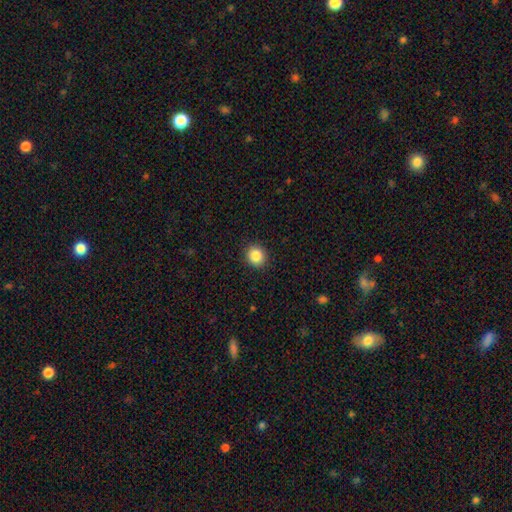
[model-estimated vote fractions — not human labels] Smooth or featured?
  - smooth: 87% *
  - star or artifact: 9%
  - featured or disk: 4%
How rounded?
  - round: 80% *
  - in between: 19%
  - cigar-shaped: 1%
Merging?
  - none: 92% *
  - minor disturbance: 6%
  - major disturbance: 2%
  - merger: 1%